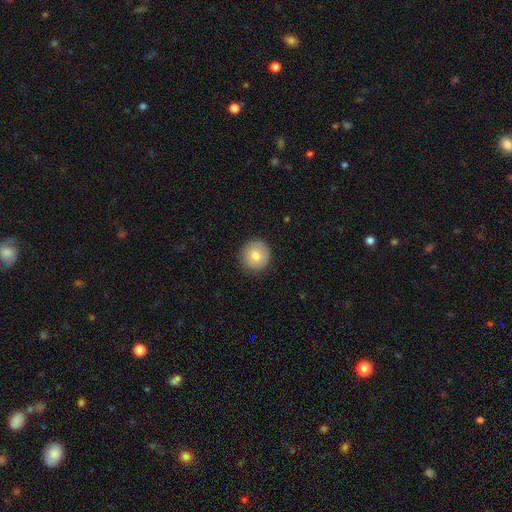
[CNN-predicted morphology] Smooth or featured? Predicted: smooth (p=0.78). How rounded? Predicted: round (p=0.95). Merging? Predicted: none (p=0.89).